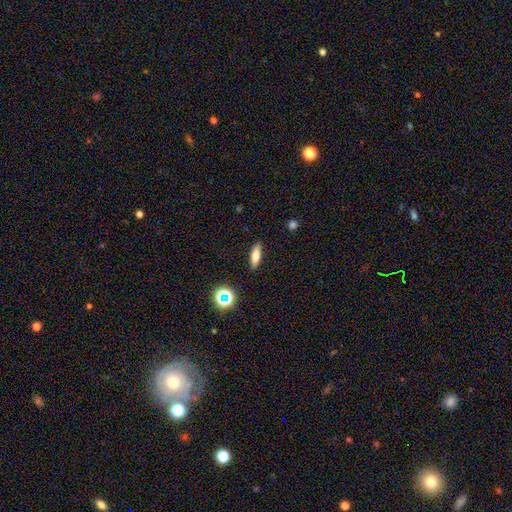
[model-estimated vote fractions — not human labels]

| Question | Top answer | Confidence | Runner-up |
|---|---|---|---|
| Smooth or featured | smooth | 69% | featured or disk (20%) |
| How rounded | in between | 50% | cigar-shaped (46%) |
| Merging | none | 89% | minor disturbance (8%) |